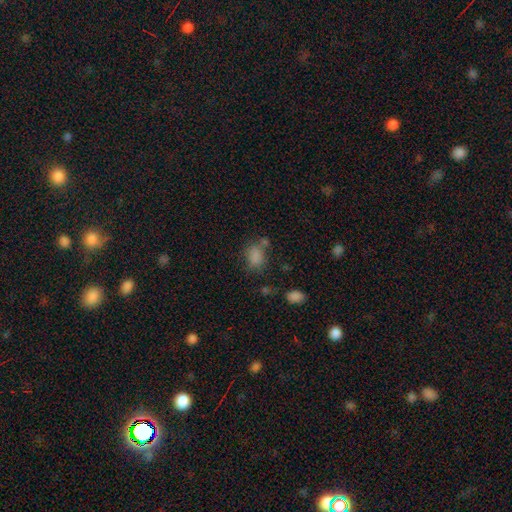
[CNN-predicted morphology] Smooth or featured?
  - smooth: 80% *
  - star or artifact: 13%
  - featured or disk: 7%
How rounded?
  - in between: 69% *
  - round: 29%
  - cigar-shaped: 1%
Merging?
  - none: 56% *
  - minor disturbance: 19%
  - merger: 15%
  - major disturbance: 10%